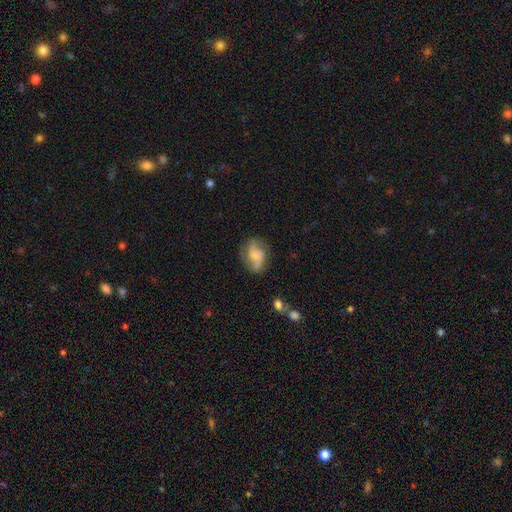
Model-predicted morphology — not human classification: Overall: featured or disk (61%; smooth 31%). Edge-on disk: no (97%). Bar: no (58%; weak 34%). Spiral arms: yes (89%). Spiral arm count: 2 (79%). Spiral winding: medium (46%; loose 34%). Bulge size: none (31%; small 30%). Merging: none (64%).